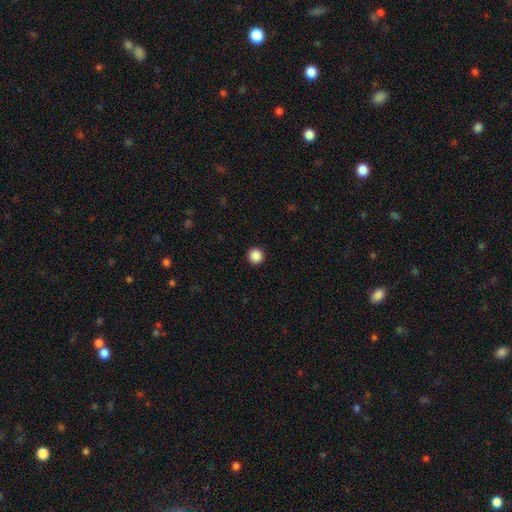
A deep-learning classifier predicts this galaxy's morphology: Smooth or featured? smooth (88%)
How rounded? round (95%)
Merging? none (94%)